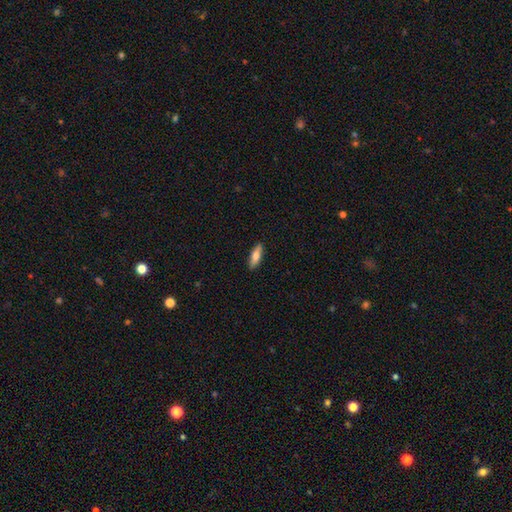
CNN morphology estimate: Overall: smooth (74%). How rounded: in between (50%; cigar-shaped 48%). Merging: none (89%).